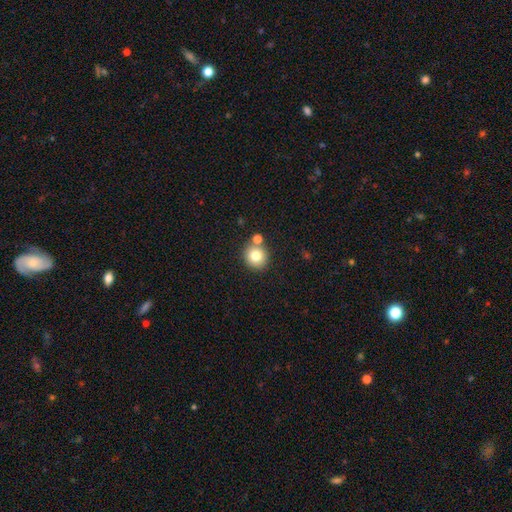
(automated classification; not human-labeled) A smooth galaxy with no disk features (78%) that is round (89%). Merging: none (74%).